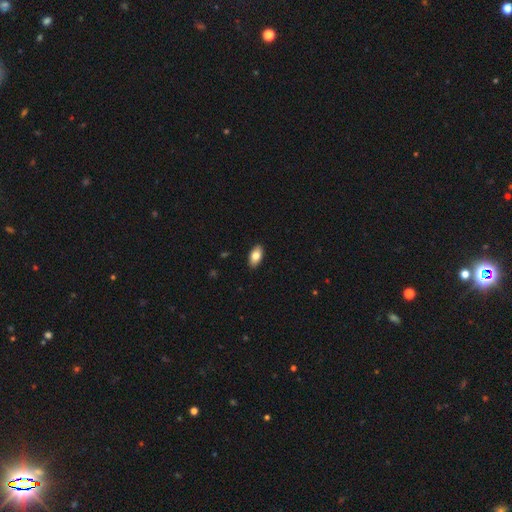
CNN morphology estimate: type=smooth (82%); roundness=in between (93%); merging=none (90%).